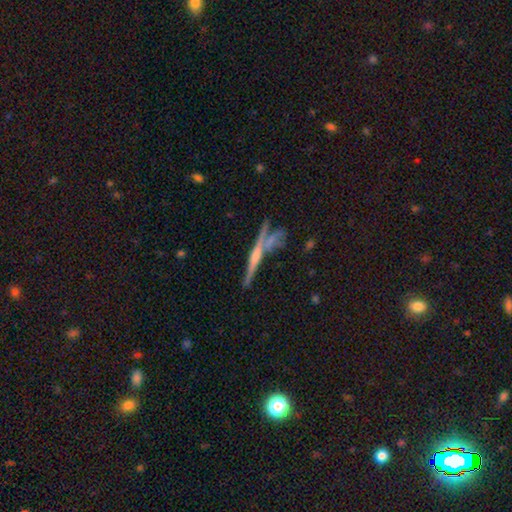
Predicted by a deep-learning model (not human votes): featured or disk 67%, smooth 25%, star or artifact 9%. Down the decision tree: edge-on disk — yes (95%); edge-on bulge — rounded (53%); merging — none (63%).